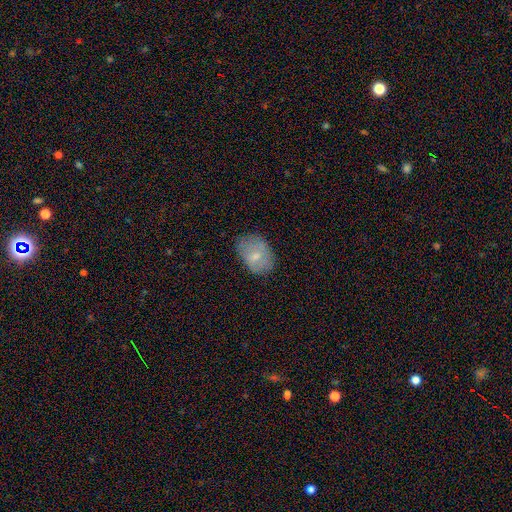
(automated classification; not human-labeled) Smooth or featured: smooth — 69% (featured or disk — 23%)
How rounded: in between — 81% (round — 18%)
Merging: none — 68% (minor disturbance — 24%)